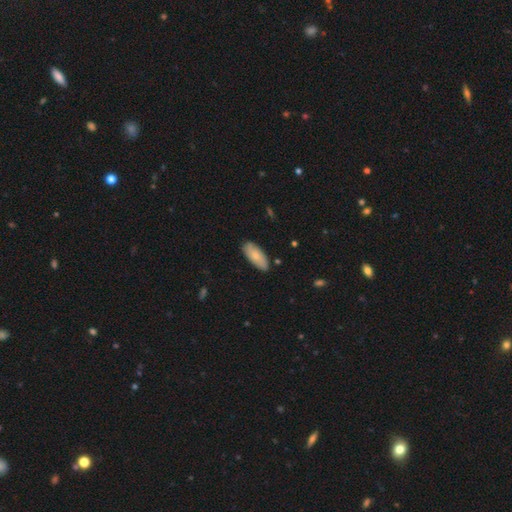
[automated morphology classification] Smooth or featured?
  - smooth: 78% *
  - featured or disk: 17%
  - star or artifact: 6%
How rounded?
  - in between: 84% *
  - cigar-shaped: 14%
  - round: 2%
Merging?
  - none: 85% *
  - minor disturbance: 11%
  - major disturbance: 2%
  - merger: 1%